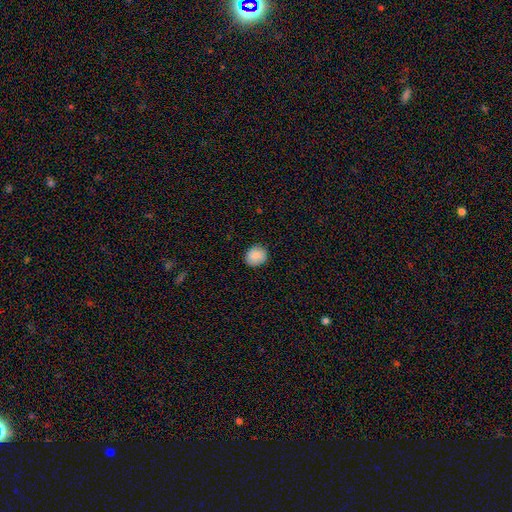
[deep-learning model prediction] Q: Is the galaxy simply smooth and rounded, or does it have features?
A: smooth — 87%.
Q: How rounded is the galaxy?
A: round — 72%.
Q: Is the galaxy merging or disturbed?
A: none — 87%.